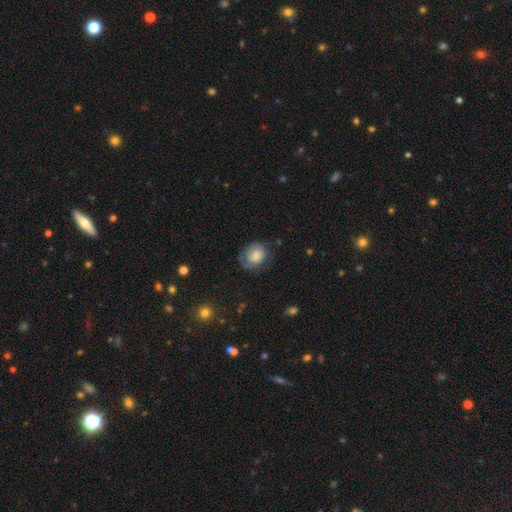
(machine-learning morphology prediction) This appears to be a smooth galaxy with no disk features (67%) that is round (61%). Merging: none (55%).